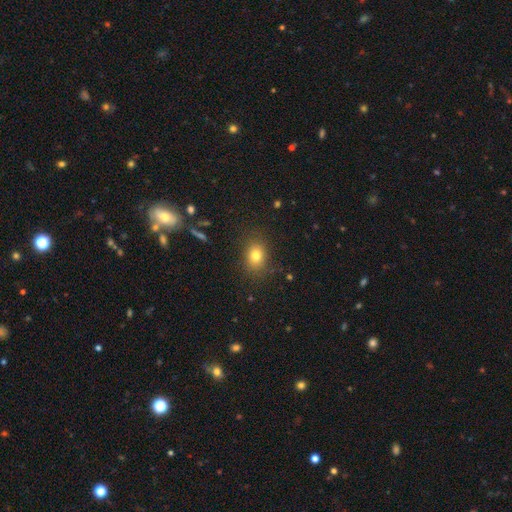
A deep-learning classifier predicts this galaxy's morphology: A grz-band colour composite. It shows a smooth galaxy with no disk features (79%) that is in between round and cigar-shaped (58%). Merging: none (84%).